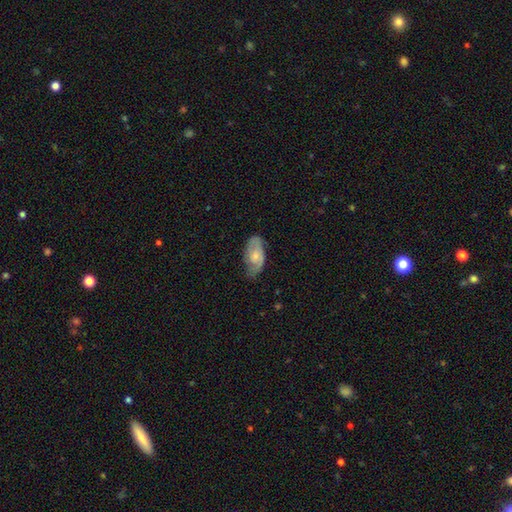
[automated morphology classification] Smooth or featured?
  - featured or disk: 52% *
  - smooth: 42%
  - star or artifact: 6%
Edge-on disk?
  - no: 93% *
  - yes: 7%
Merging?
  - none: 65% *
  - minor disturbance: 26%
  - major disturbance: 7%
  - merger: 1%